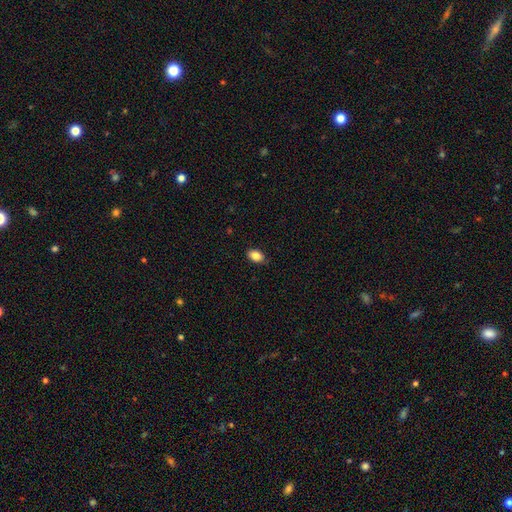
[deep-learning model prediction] smooth 86%, star or artifact 8%, featured or disk 6%. Down the decision tree: how rounded — in between (85%); merging — none (83%).